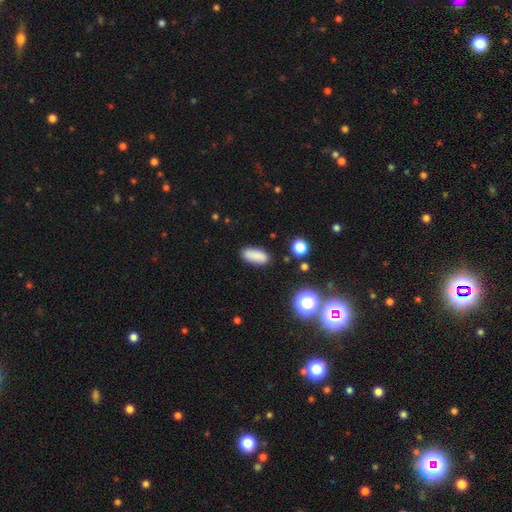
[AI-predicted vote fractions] Smooth or featured? smooth (84%)
How rounded? in between (80%)
Merging? none (83%)